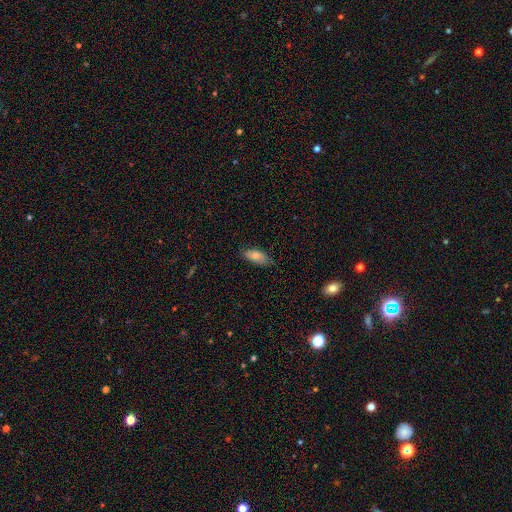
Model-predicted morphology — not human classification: smooth-or-featured: smooth: 77% | featured or disk: 16% | star or artifact: 7%
  how-rounded: in between: 86% | cigar-shaped: 12% | round: 3%
  merging: none: 78% | minor disturbance: 18% | major disturbance: 3% | merger: 1%